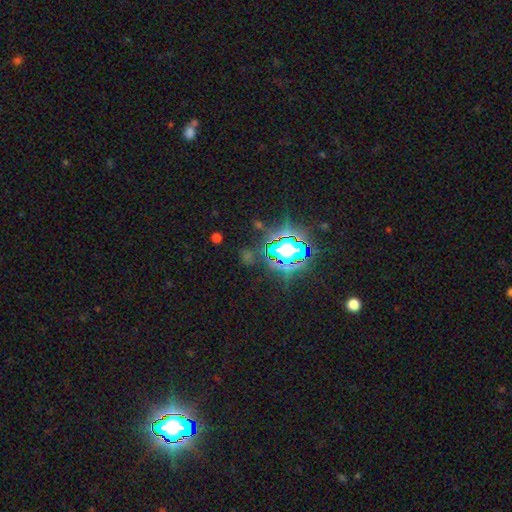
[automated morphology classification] A star or artifact, not a galaxy (81%).